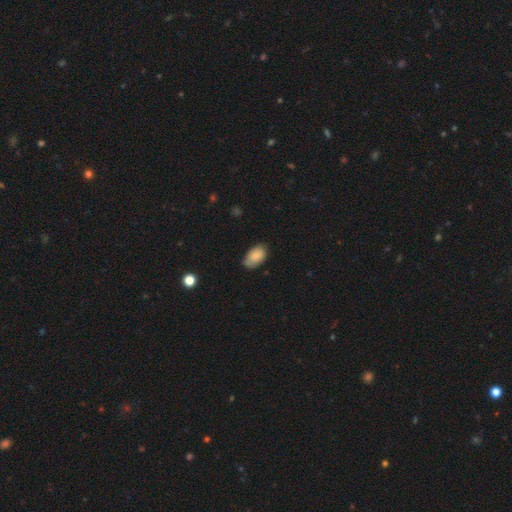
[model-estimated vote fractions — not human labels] Smooth or featured: smooth — 82% (featured or disk — 10%)
How rounded: in between — 91% (round — 7%)
Merging: none — 62% (minor disturbance — 30%)